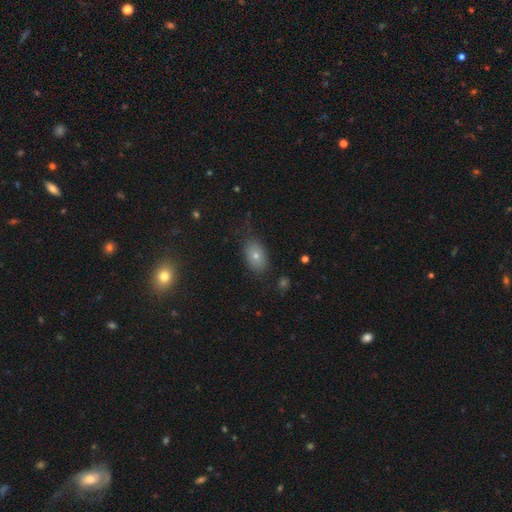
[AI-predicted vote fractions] A smooth galaxy with no disk features (74%) that is in between round and cigar-shaped (85%). Merging: none (78%).